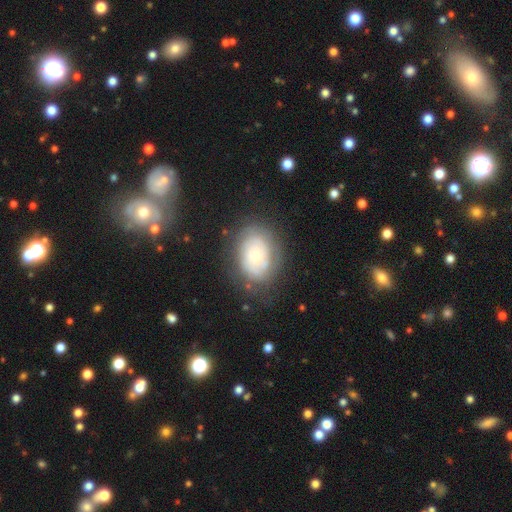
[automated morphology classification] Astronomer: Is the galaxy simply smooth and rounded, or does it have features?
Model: smooth — 46%, tied with featured or disk at 46%.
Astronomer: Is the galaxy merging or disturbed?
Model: none — 68%.